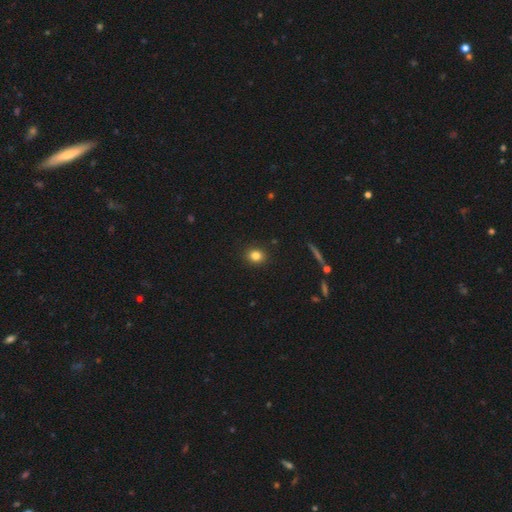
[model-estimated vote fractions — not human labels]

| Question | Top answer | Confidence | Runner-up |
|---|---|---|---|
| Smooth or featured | smooth | 82% | star or artifact (11%) |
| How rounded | round | 72% | in between (26%) |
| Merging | none | 91% | minor disturbance (6%) |